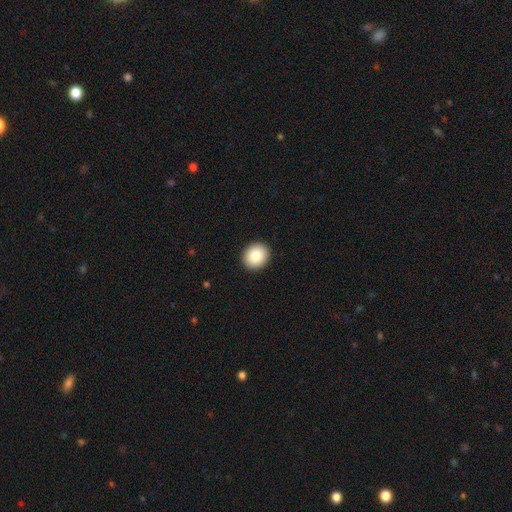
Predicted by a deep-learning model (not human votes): A smooth galaxy with no disk features (85%) that is round (76%).

Vote fractions:
- Smooth or featured? smooth: 85% / star or artifact: 8% / featured or disk: 7%
- How rounded? round: 76% / in between: 23% / cigar-shaped: 1%
- Merging? none: 92% / minor disturbance: 5% / major disturbance: 2% / merger: 1%